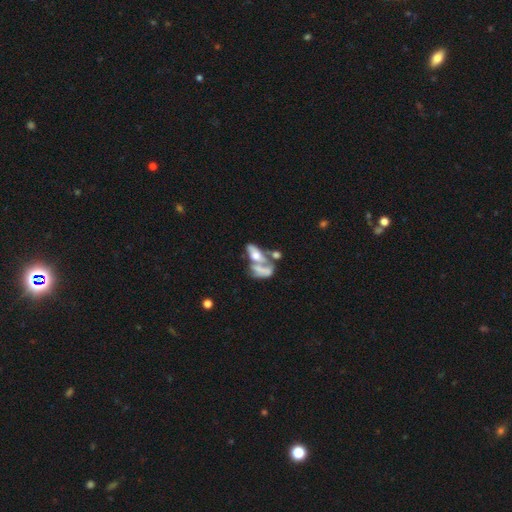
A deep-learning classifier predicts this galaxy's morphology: This appears to be a featured or disk galaxy (50%). Merging: merger (60%).